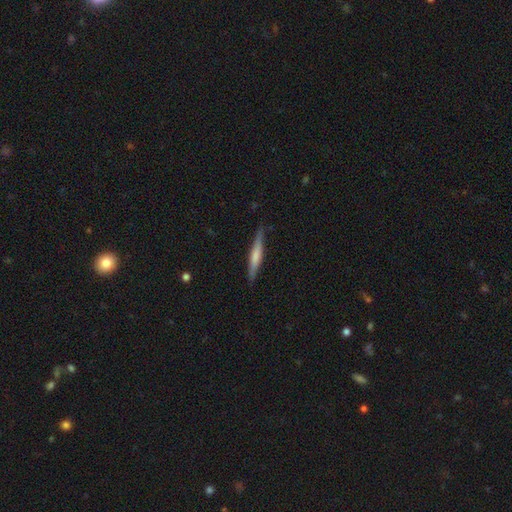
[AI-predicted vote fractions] Smooth or featured? smooth (51%)
How rounded? cigar-shaped (93%)
Merging? none (88%)